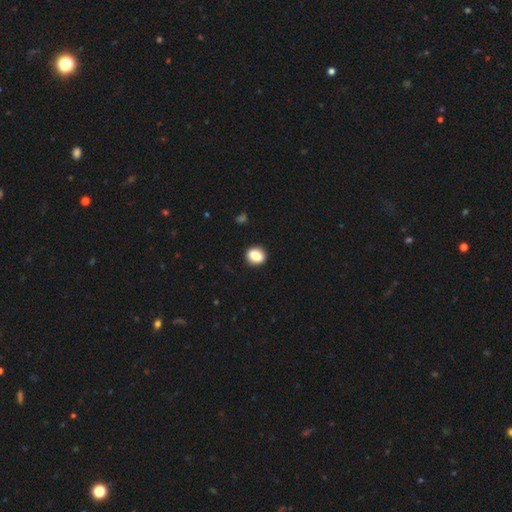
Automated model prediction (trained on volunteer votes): smooth-or-featured: smooth: 84% | star or artifact: 9% | featured or disk: 8%
  how-rounded: round: 52% | in between: 46% | cigar-shaped: 2%
  merging: none: 89% | minor disturbance: 8% | major disturbance: 2% | merger: 1%